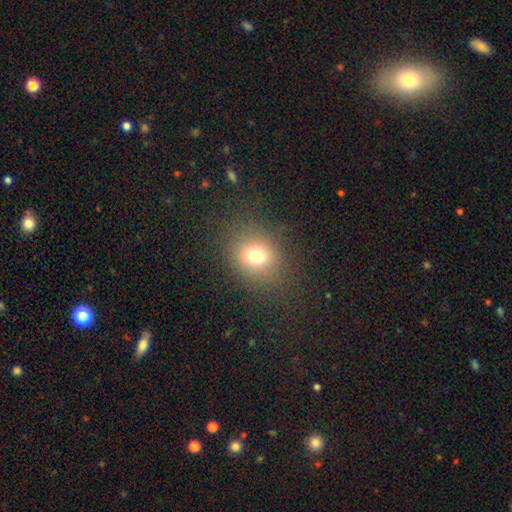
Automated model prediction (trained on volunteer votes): Q: Smooth or featured?
A: smooth (72%); runner-up: star or artifact (17%)
Q: How rounded?
A: round (69%); runner-up: in between (30%)
Q: Merging?
A: none (81%); runner-up: minor disturbance (11%)